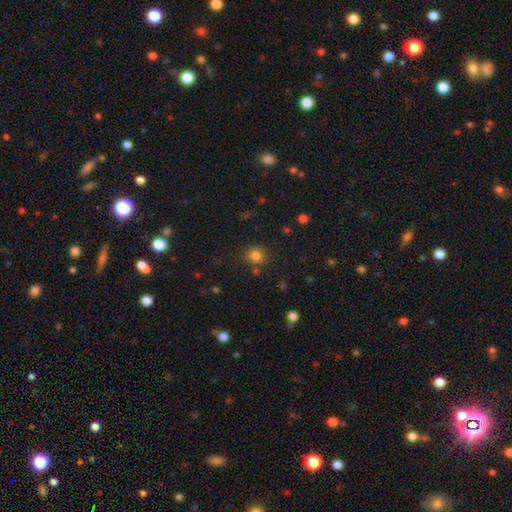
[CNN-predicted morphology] This is clearly a smooth galaxy (80%). How rounded: clearly round (85%). Merging: clearly none (82%).